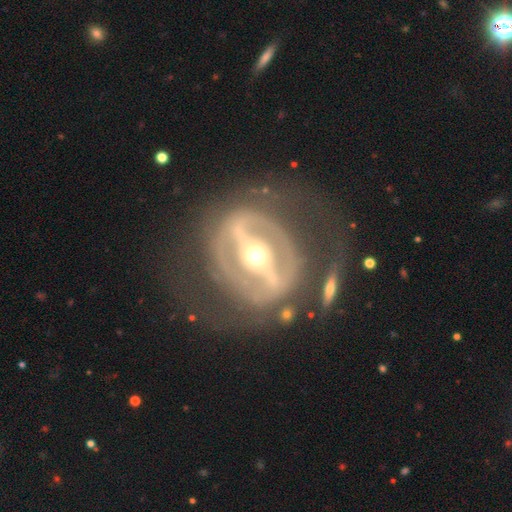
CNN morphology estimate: This appears to be a featured or disk galaxy (84%) with a strong bar (76%), no spiral arms (52%) and a moderate central bulge (61%). Merging: none (62%).